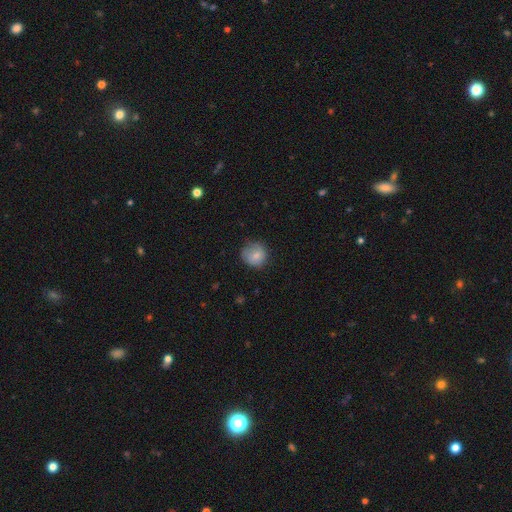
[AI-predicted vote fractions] This appears to be a smooth galaxy with no disk features (79%) that is round (83%). Merging: none (66%).